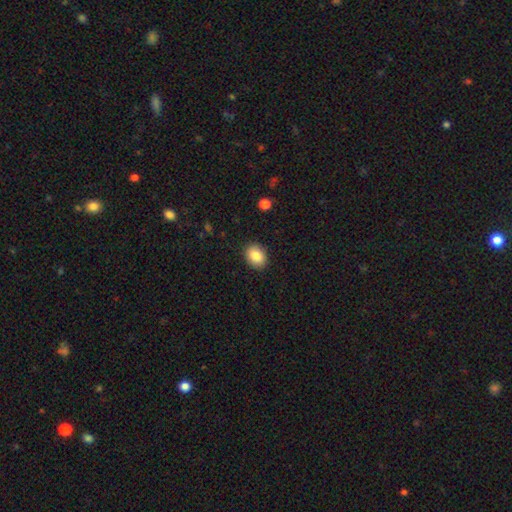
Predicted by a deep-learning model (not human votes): smooth 85%, star or artifact 8%, featured or disk 7%. Down the decision tree: how rounded — in between (65%); merging — none (90%).